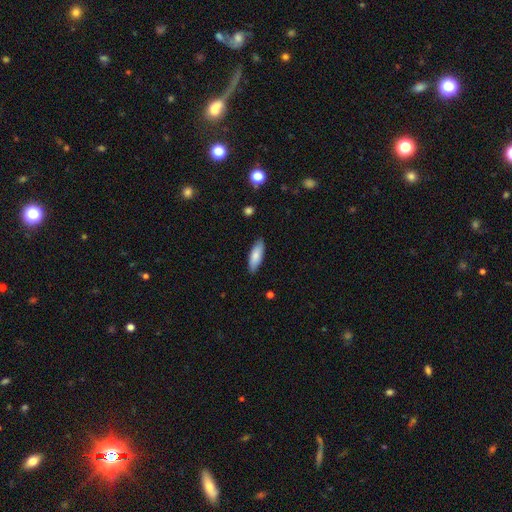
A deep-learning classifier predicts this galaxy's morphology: Smooth or featured? Predicted: smooth (p=0.82). How rounded? Predicted: in between (p=0.62). Merging? Predicted: none (p=0.87).